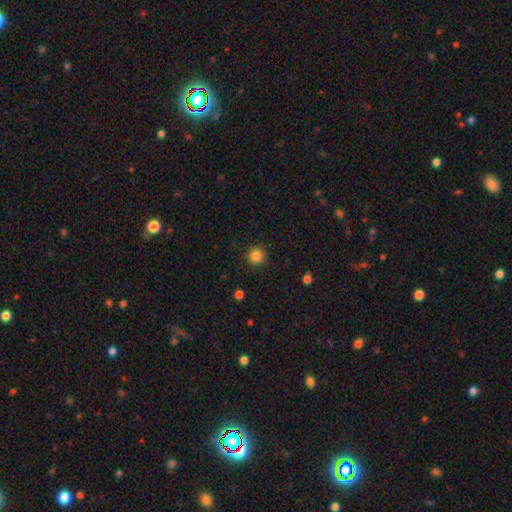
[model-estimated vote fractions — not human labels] The model was most divided on "smooth or featured": smooth: 84%, star or artifact: 12%, featured or disk: 4%. More confident: how rounded — round (94%); merging — none (90%).